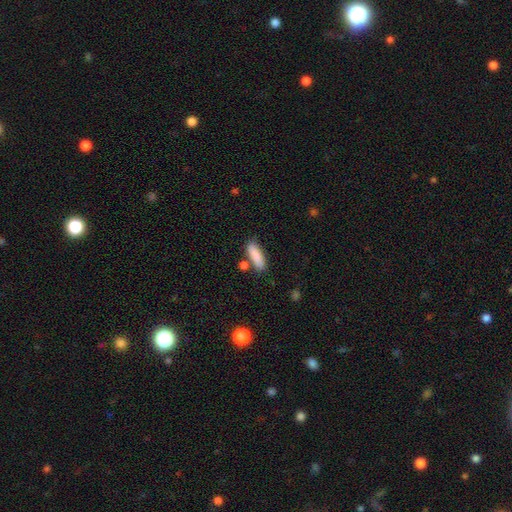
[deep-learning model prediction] The model was most divided on "how rounded": cigar-shaped: 51%, in between: 46%, round: 2%. More confident: smooth or featured — smooth (87%); merging — none (73%).